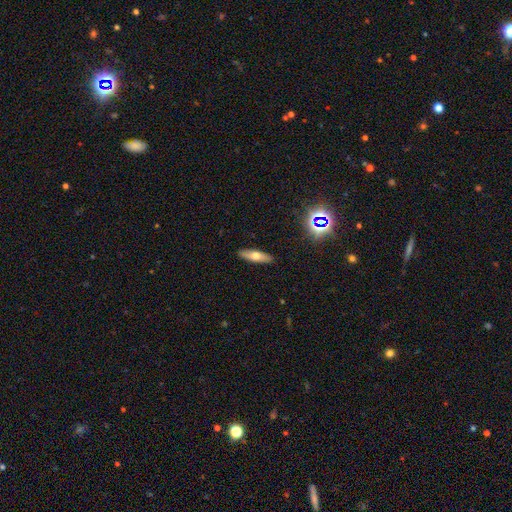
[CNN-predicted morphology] Overall: smooth (59%; featured or disk 32%). How rounded: cigar-shaped (59%; in between 38%). Merging: none (90%).